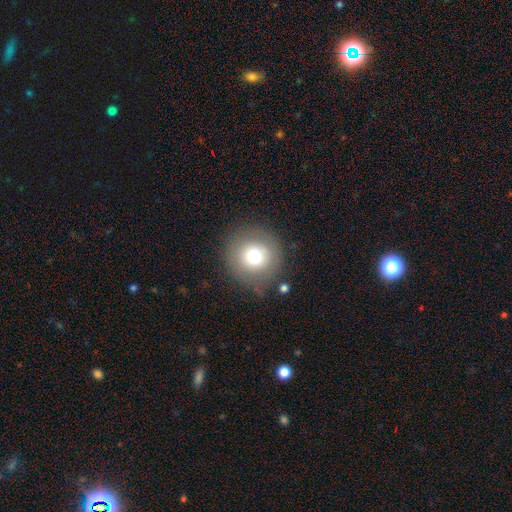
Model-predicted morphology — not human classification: smooth_or_featured: smooth (p=0.72) [alt: featured or disk p=0.14]
how_rounded: round (p=0.93) [alt: in between p=0.06]
merging: none (p=0.85) [alt: minor disturbance p=0.10]